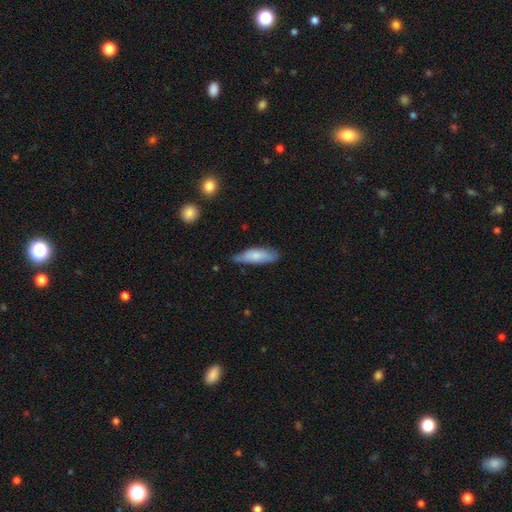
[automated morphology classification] This is likely a smooth galaxy (74%). How rounded: possibly in between (56%). Merging: possibly none (60%).